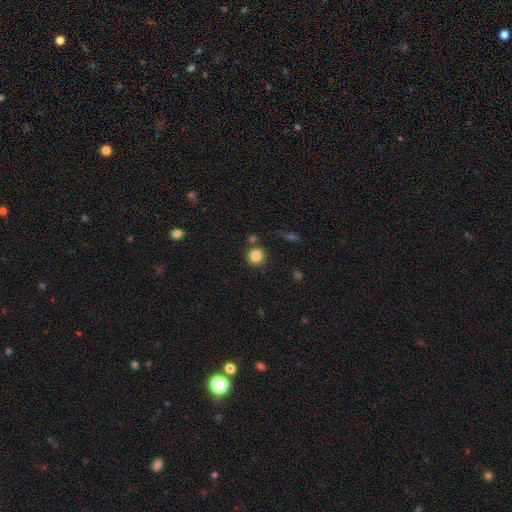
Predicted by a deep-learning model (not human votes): smooth_or_featured: smooth (p=0.86) [alt: star or artifact p=0.10]
how_rounded: round (p=0.90) [alt: in between p=0.09]
merging: none (p=0.79) [alt: minor disturbance p=0.10]